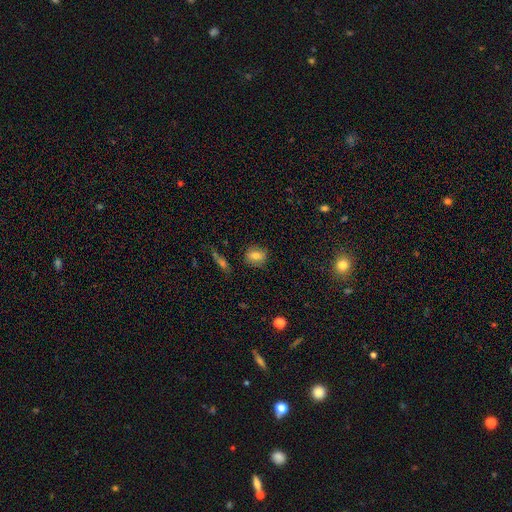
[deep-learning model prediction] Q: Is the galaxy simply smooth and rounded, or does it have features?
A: smooth — 79%.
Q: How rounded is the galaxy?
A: round — 59%.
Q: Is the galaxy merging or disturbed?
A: none — 84%.